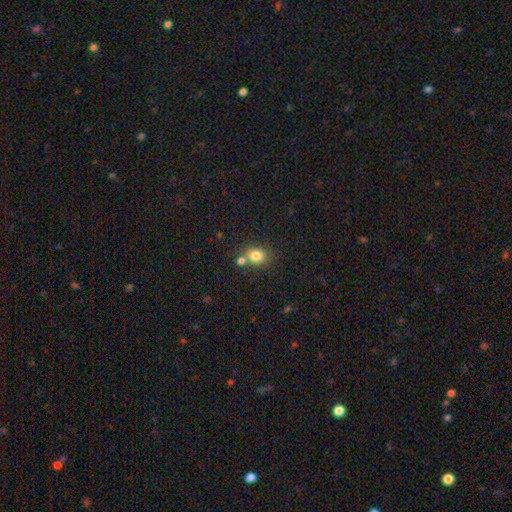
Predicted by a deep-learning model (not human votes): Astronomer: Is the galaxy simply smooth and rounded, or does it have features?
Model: smooth — 80%.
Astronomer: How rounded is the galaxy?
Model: round — 54% (runner-up: in between, 44%).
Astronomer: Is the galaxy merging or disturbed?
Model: none — 56%.